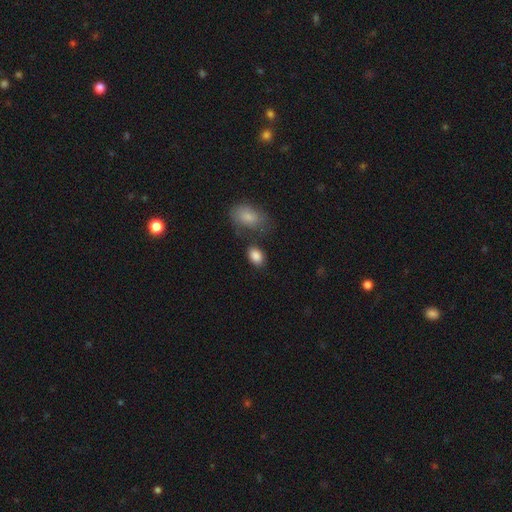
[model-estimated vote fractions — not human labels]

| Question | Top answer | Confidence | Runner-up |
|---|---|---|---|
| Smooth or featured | smooth | 87% | star or artifact (7%) |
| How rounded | in between | 85% | round (14%) |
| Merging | none | 67% | minor disturbance (16%) |